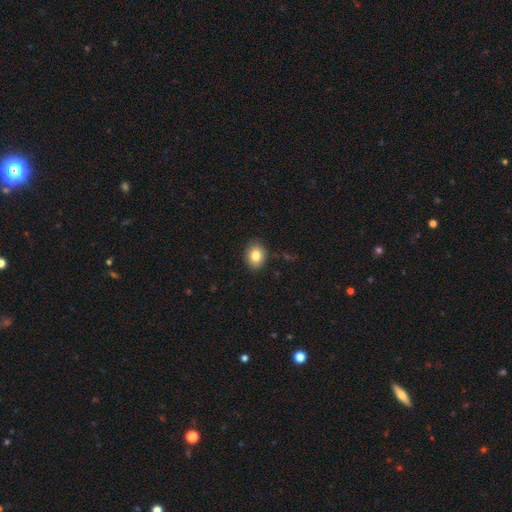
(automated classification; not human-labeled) This appears to be a smooth galaxy with no disk features (84%) that is in between round and cigar-shaped (56%). Merging: none (87%).